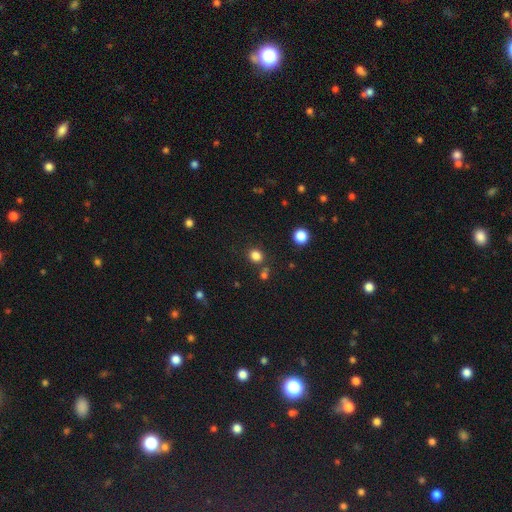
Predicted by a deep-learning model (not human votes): Smooth or featured? smooth (81%)
How rounded? round (76%)
Merging? none (79%)